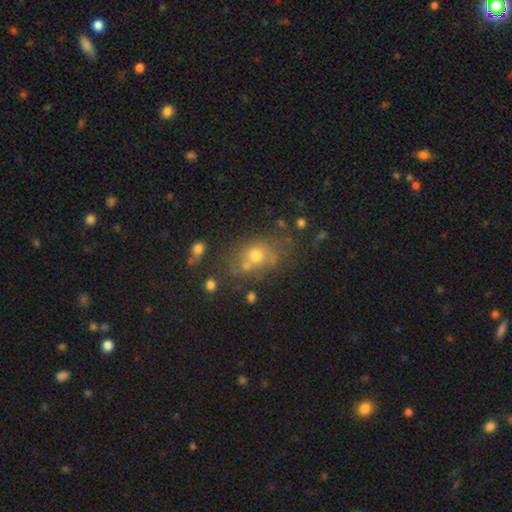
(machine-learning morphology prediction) smooth-or-featured: smooth: 59% | featured or disk: 24% | star or artifact: 16%
  how-rounded: in between: 55% | round: 43% | cigar-shaped: 2%
  merging: none: 55% | minor disturbance: 20% | merger: 14% | major disturbance: 11%